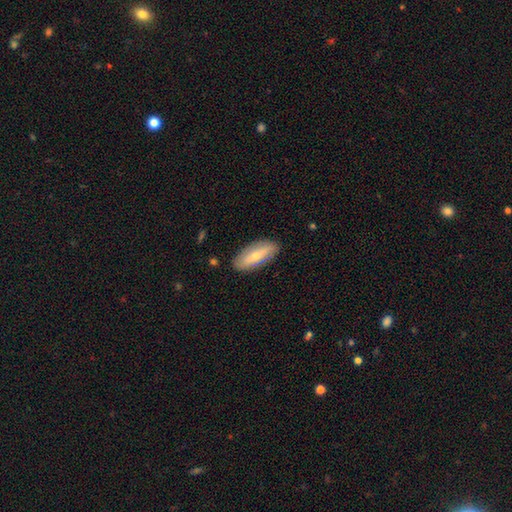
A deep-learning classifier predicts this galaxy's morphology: Overall: smooth (56%; featured or disk 39%). How rounded: in between (72%). Merging: none (86%).